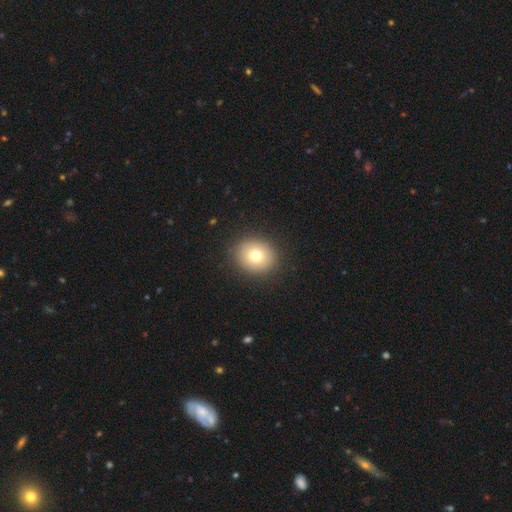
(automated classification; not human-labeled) This is likely a smooth galaxy (75%). How rounded: likely round (73%). Merging: clearly none (90%).